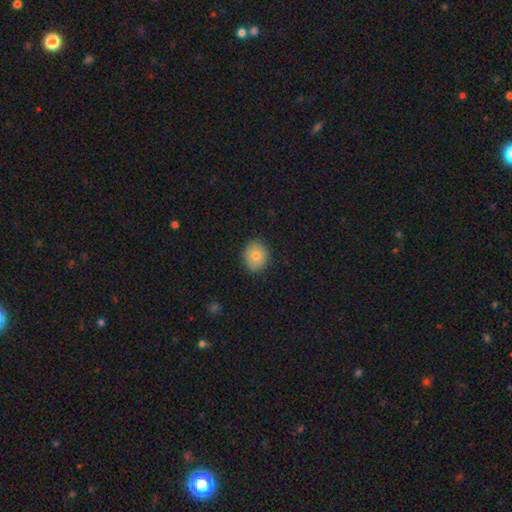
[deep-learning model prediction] smooth_or_featured: smooth (p=0.77) [alt: featured or disk p=0.14]
how_rounded: round (p=0.65) [alt: in between p=0.34]
merging: none (p=0.87) [alt: minor disturbance p=0.10]